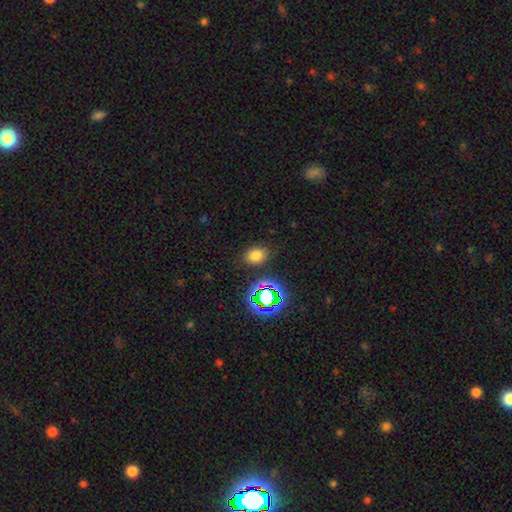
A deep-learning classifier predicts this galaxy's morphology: Smooth or featured: smooth — 72% (star or artifact — 20%)
How rounded: in between — 62% (round — 37%)
Merging: none — 83% (minor disturbance — 11%)